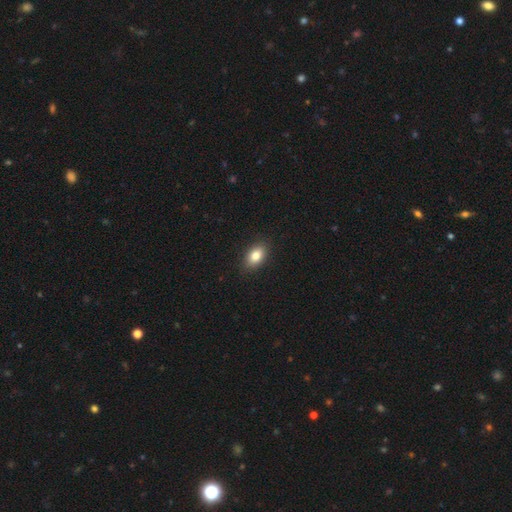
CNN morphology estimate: The model was most divided on "smooth or featured": smooth: 83%, featured or disk: 9%, star or artifact: 8%. More confident: how rounded — in between (88%); merging — none (88%).